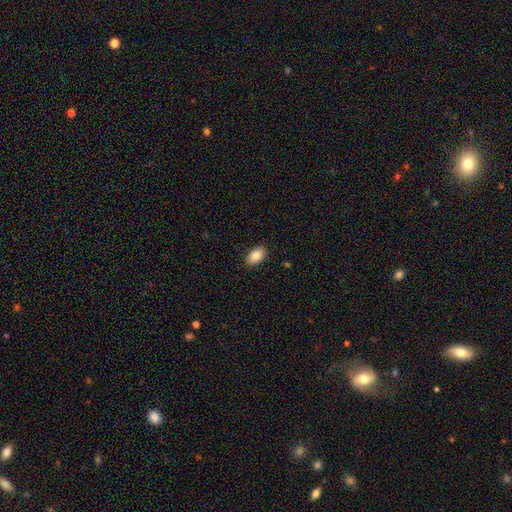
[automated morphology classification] smooth_or_featured: smooth (p=0.84) [alt: featured or disk p=0.09]
how_rounded: in between (p=0.93) [alt: round p=0.06]
merging: none (p=0.89) [alt: minor disturbance p=0.08]